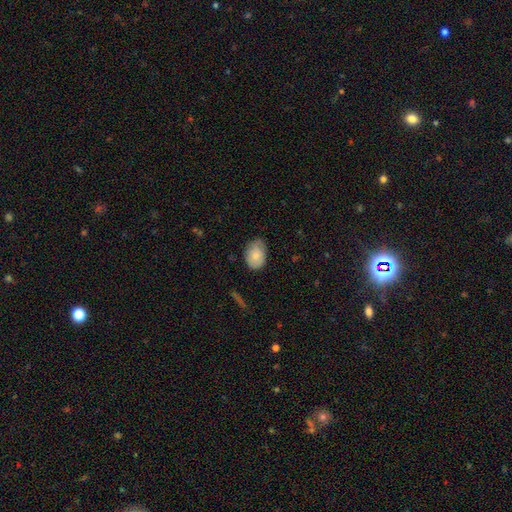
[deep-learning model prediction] Smooth or featured? Predicted: smooth (p=0.81). How rounded? Predicted: in between (p=0.81). Merging? Predicted: none (p=0.66).